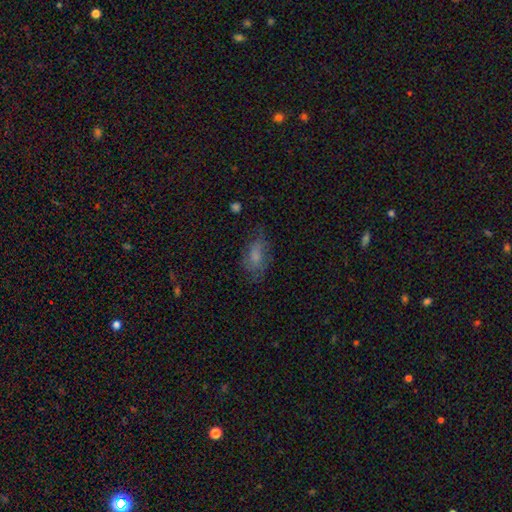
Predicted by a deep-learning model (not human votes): The model was most divided on "smooth or featured": smooth: 60%, featured or disk: 29%, star or artifact: 11%. More confident: how rounded — in between (86%); merging — none (58%).